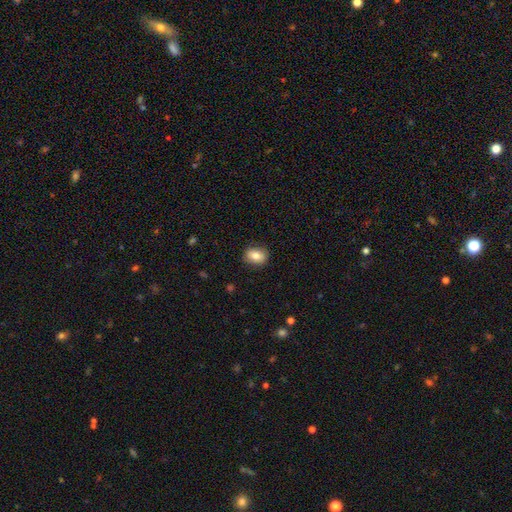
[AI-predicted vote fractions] smooth_or_featured: smooth (p=0.80) [alt: featured or disk p=0.11]
how_rounded: in between (p=0.64) [alt: round p=0.34]
merging: none (p=0.86) [alt: minor disturbance p=0.11]